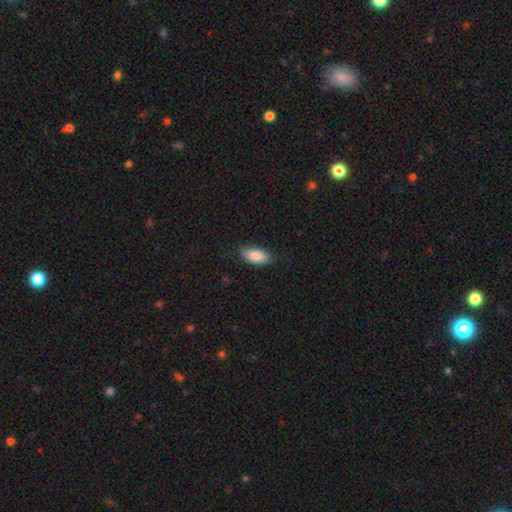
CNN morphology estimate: Smooth or featured: smooth — 87% (featured or disk — 7%)
How rounded: in between — 90% (cigar-shaped — 8%)
Merging: none — 82% (minor disturbance — 14%)